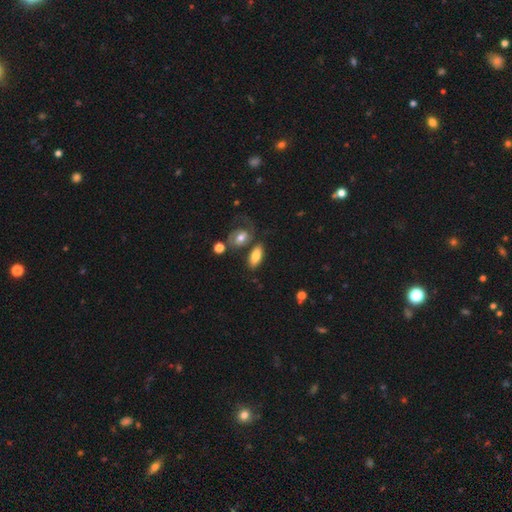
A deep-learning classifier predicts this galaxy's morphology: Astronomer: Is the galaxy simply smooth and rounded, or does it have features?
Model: smooth — 74%.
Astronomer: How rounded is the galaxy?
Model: in between — 85%.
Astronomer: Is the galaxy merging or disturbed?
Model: none — 60%.